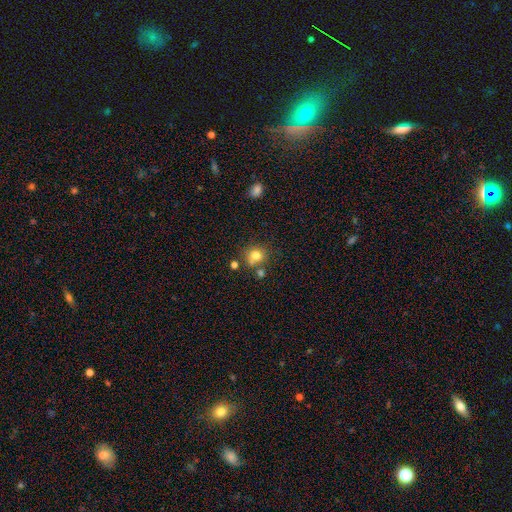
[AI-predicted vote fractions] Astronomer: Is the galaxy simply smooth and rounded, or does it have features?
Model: smooth — 76%.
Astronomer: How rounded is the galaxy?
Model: round — 82%.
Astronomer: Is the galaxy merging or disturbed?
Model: none — 60%.